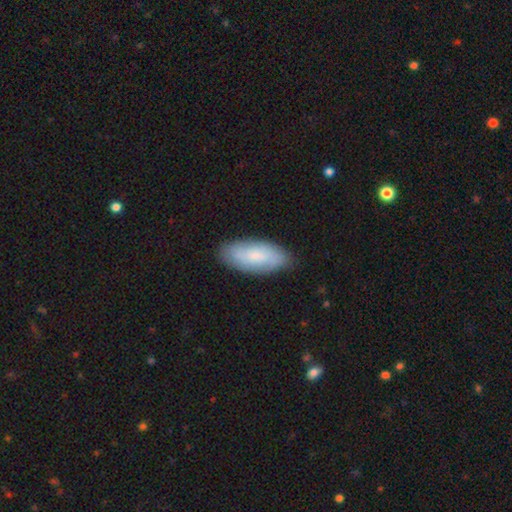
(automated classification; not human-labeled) smooth_or_featured: smooth (p=0.65) [alt: featured or disk p=0.29]
how_rounded: in between (p=0.84) [alt: cigar-shaped p=0.14]
merging: none (p=0.84) [alt: minor disturbance p=0.12]